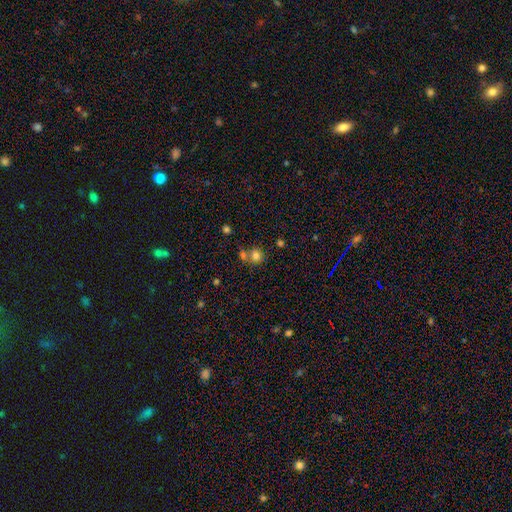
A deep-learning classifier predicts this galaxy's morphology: This appears to be a smooth galaxy with no disk features (78%) that is round (87%). Merging: none (55%).